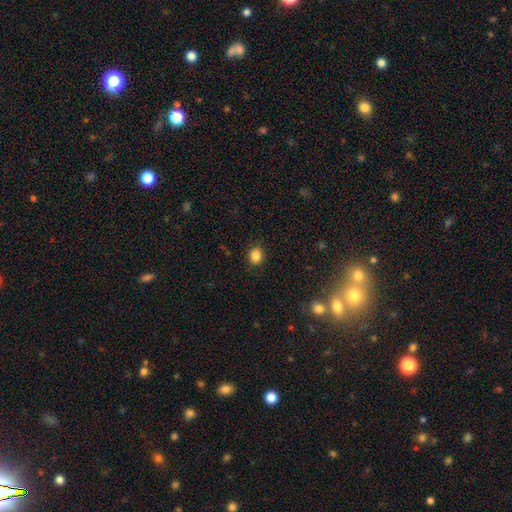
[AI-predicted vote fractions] A smooth galaxy with no disk features (85%) that is round (63%). Merging: none (88%).